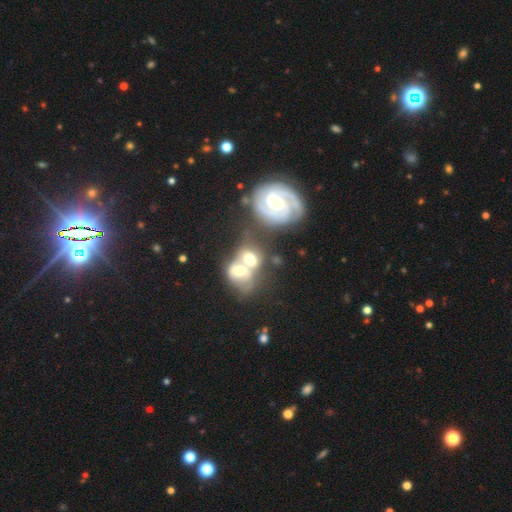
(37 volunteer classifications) A featured or disk galaxy (62%) with a weak bar (50%), 2 (62%) tight (75%) spiral arms (73%) and a moderate central bulge (55%).

Vote fractions:
- Smooth or featured? featured or disk: 62% / smooth: 32% / star or artifact: 5%
- Edge-on disk? no: 96% / yes: 4%
- Bar? weak: 50% / no: 32% / strong: 18%
- Spiral arms? yes: 73% / no: 27%
- Spiral winding? tight: 75% / medium: 25% / loose: 0%
- Spiral arm count? 2: 62% / can't tell: 19% / 3: 6% / 4: 6% / more than 4: 6% / 1: 0%
- Bulge size? moderate: 55% / small: 32% / large: 14% / dominant: 0% / none: 0%
- Merging? merger: 57% / none: 34% / minor disturbance: 9% / major disturbance: 0%